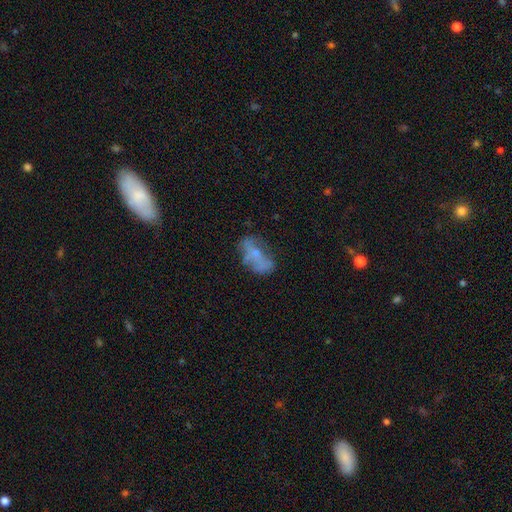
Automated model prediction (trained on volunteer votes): A featured or disk galaxy (46%).

Vote fractions:
- Smooth or featured? featured or disk: 46% / smooth: 41% / star or artifact: 13%
- Merging? none: 47% / minor disturbance: 26% / major disturbance: 20% / merger: 7%